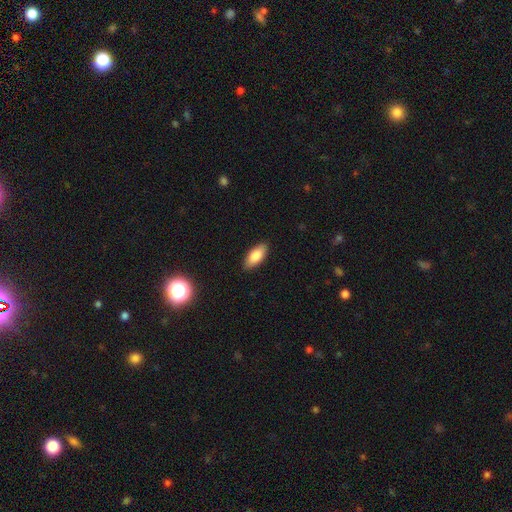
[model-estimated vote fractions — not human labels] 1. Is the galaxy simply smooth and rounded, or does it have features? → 84% smooth, 9% featured or disk, 7% star or artifact.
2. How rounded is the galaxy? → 87% in between, 11% cigar-shaped, 2% round.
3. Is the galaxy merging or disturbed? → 88% none, 9% minor disturbance, 2% major disturbance, 1% merger.